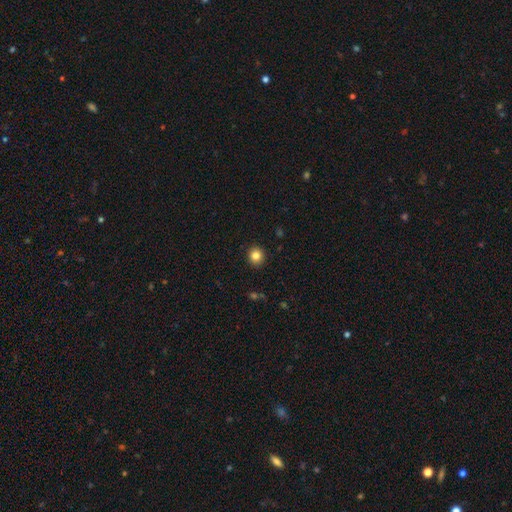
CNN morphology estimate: A smooth galaxy with no disk features (84%) that is round (90%). Merging: none (92%).